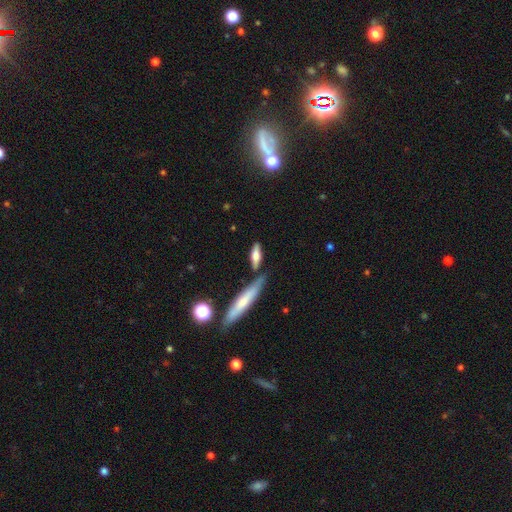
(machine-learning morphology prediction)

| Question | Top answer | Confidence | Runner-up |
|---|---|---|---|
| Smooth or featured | smooth | 67% | featured or disk (27%) |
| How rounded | cigar-shaped | 49% | in between (48%) |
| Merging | none | 64% | minor disturbance (16%) |